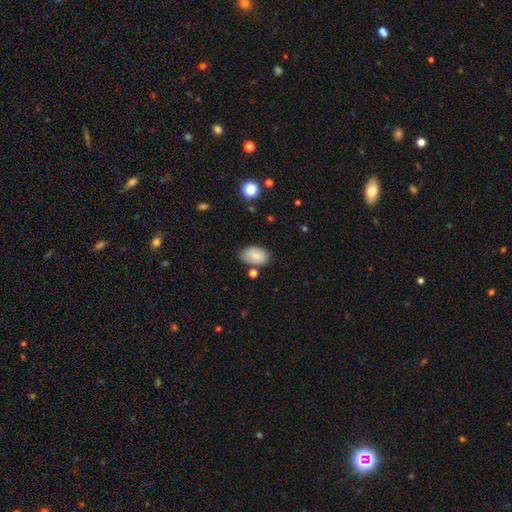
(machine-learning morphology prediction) Smooth or featured?
  - smooth: 78% *
  - featured or disk: 14%
  - star or artifact: 8%
How rounded?
  - in between: 90% *
  - round: 9%
  - cigar-shaped: 1%
Merging?
  - none: 67% *
  - minor disturbance: 22%
  - merger: 6%
  - major disturbance: 5%